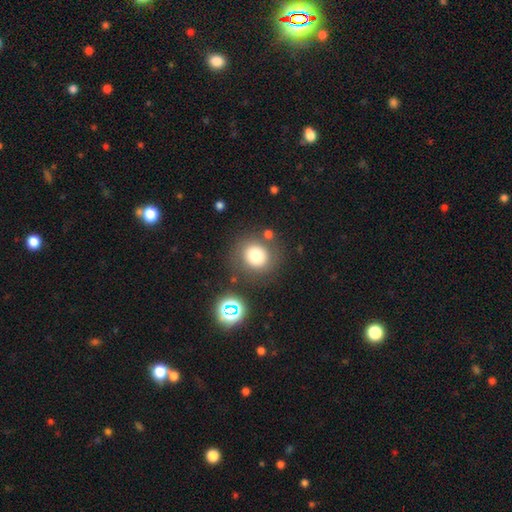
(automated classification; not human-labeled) Smooth or featured? Predicted: smooth (p=0.74). How rounded? Predicted: round (p=0.86). Merging? Predicted: none (p=0.78).